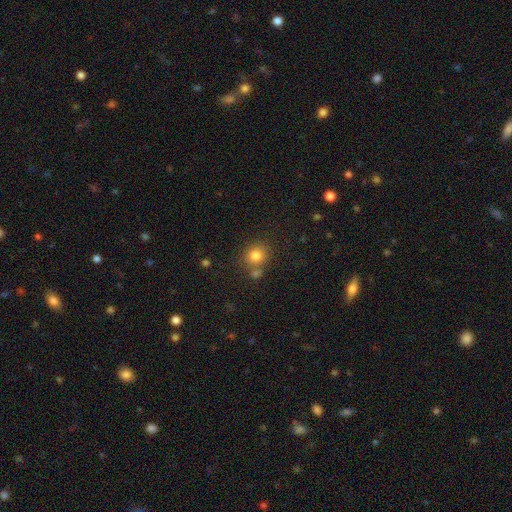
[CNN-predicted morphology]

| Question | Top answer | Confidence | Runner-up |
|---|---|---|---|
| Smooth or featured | smooth | 81% | star or artifact (12%) |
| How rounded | round | 77% | in between (22%) |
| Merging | none | 64% | merger (20%) |